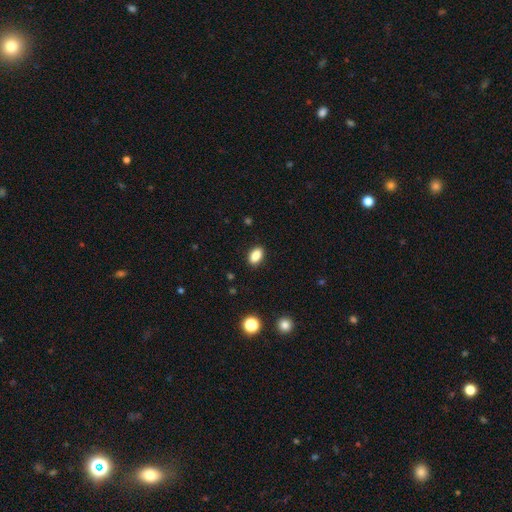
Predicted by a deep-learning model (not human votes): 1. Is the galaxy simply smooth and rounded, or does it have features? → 87% smooth, 9% star or artifact, 4% featured or disk.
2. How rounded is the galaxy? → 88% in between, 10% round, 2% cigar-shaped.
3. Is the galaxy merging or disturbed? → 88% none, 8% minor disturbance, 2% major disturbance, 1% merger.